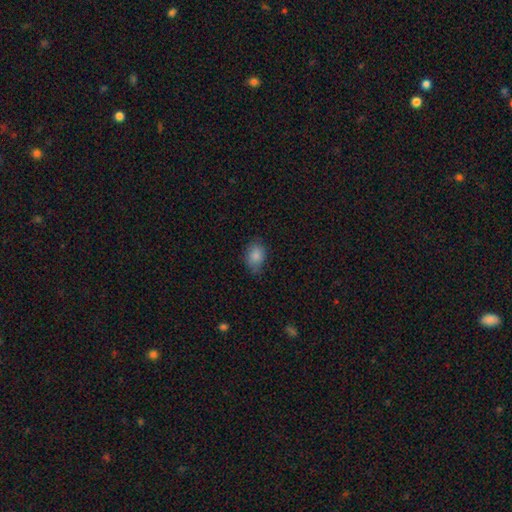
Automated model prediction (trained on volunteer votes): Morphology: type=smooth (86%); roundness=in between (74%); merging=none (69%).